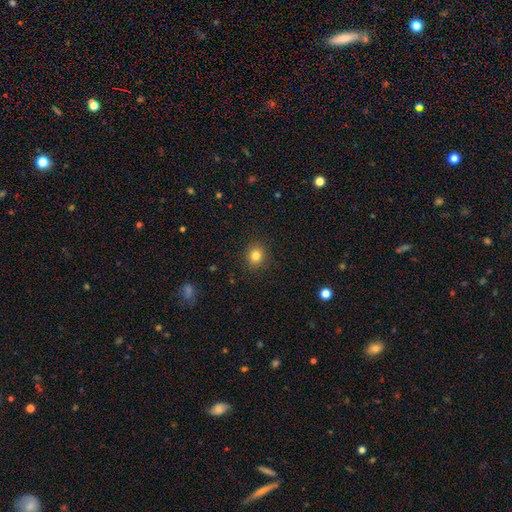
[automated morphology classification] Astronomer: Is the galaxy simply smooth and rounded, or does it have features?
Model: smooth — 82%.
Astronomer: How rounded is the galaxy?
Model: round — 84%.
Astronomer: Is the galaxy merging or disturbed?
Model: none — 90%.